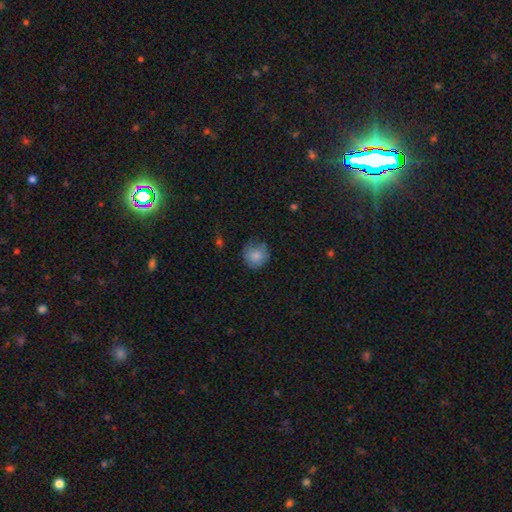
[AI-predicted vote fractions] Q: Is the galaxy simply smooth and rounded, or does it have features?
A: smooth — 81%.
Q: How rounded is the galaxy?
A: round — 88%.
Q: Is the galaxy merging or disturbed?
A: none — 67%.